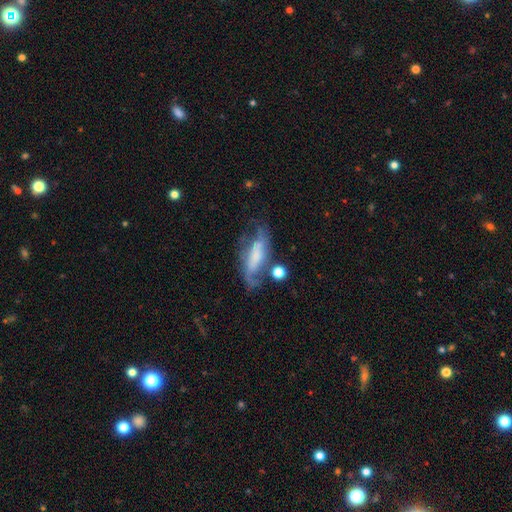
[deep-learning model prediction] featured or disk 63%, smooth 29%, star or artifact 9%. Down the decision tree: edge-on disk — no (83%); bar — no (43%); spiral arms — yes (76%); bulge size — none (36%); merging — none (41%).